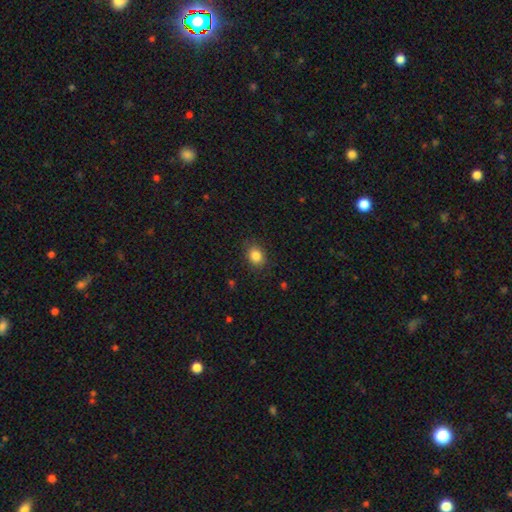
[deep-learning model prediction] A smooth galaxy with no disk features (86%) that is in between round and cigar-shaped (57%). Merging: none (84%).